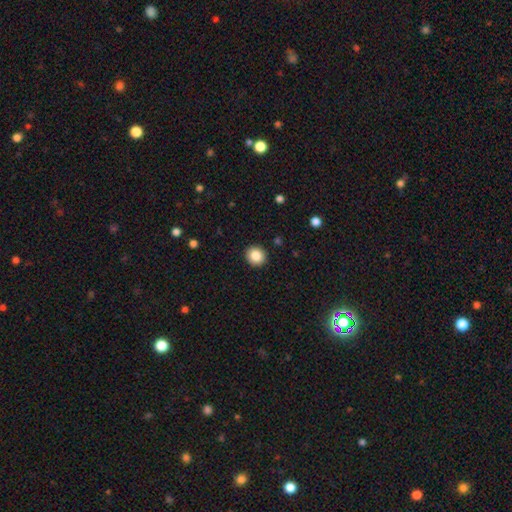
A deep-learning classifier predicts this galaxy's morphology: Smooth or featured: smooth — 86% (star or artifact — 9%)
How rounded: round — 88% (in between — 12%)
Merging: none — 92% (minor disturbance — 5%)